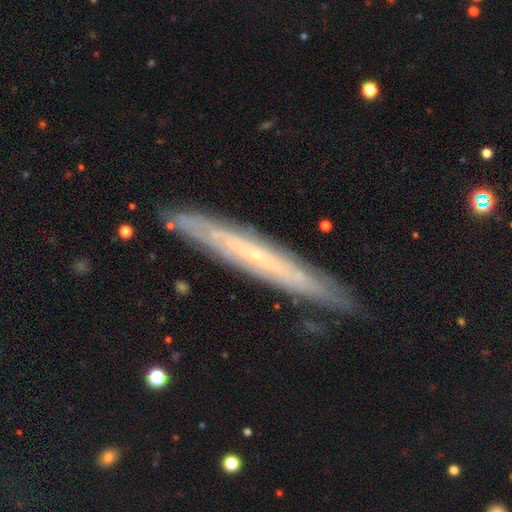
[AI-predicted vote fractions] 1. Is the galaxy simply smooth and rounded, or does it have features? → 69% featured or disk, 24% smooth, 7% star or artifact.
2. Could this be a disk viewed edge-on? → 76% yes, 24% no.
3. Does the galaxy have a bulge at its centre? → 66% none, 31% rounded, 3% boxy.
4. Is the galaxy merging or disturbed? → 86% none, 10% minor disturbance, 2% major disturbance, 1% merger.